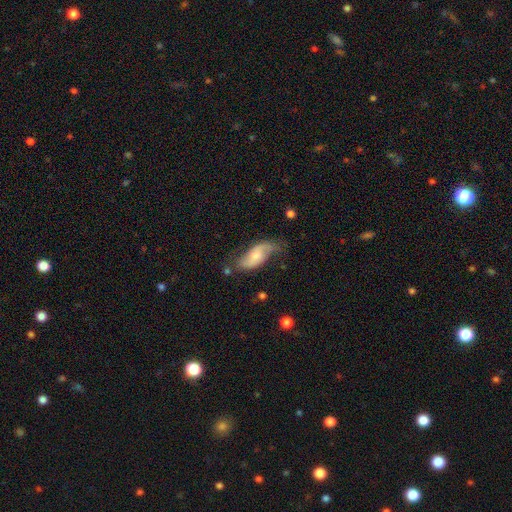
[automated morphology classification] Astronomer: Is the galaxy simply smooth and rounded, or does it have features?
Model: featured or disk — 62%.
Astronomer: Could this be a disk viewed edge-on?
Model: no — 92%.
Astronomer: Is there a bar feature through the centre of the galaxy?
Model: no — 57% (runner-up: weak, 34%).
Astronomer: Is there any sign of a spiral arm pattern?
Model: yes — 88%.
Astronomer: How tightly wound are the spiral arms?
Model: loose — 65%.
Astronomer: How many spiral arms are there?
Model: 2 — 82%.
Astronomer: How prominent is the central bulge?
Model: small — 46% (runner-up: moderate, 44%).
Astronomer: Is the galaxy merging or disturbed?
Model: none — 53% (runner-up: minor disturbance, 30%).